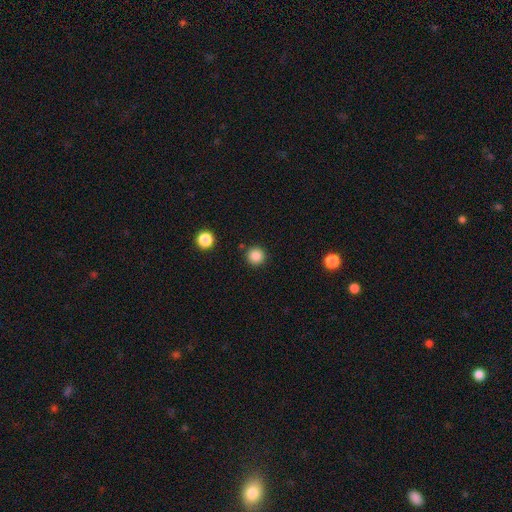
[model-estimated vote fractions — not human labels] Overall: smooth (86%). How rounded: round (96%). Merging: none (89%).